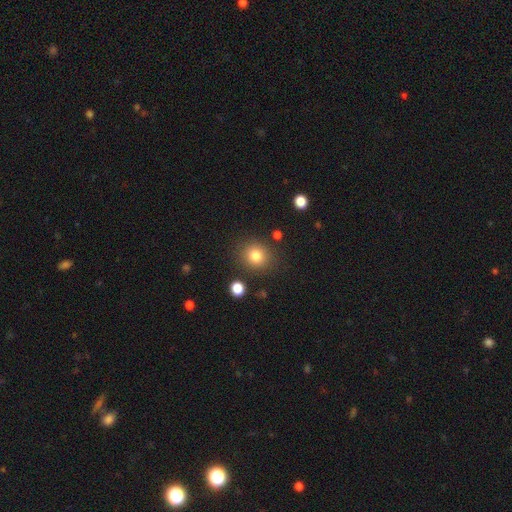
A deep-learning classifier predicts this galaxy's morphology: This is clearly a smooth galaxy (82%). How rounded: clearly round (85%). Merging: clearly none (86%).